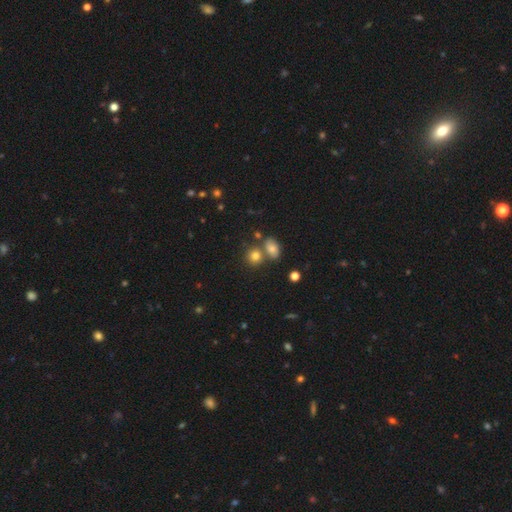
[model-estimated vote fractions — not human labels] A smooth galaxy with no disk features (76%) that is round (75%). Merging: none (61%).